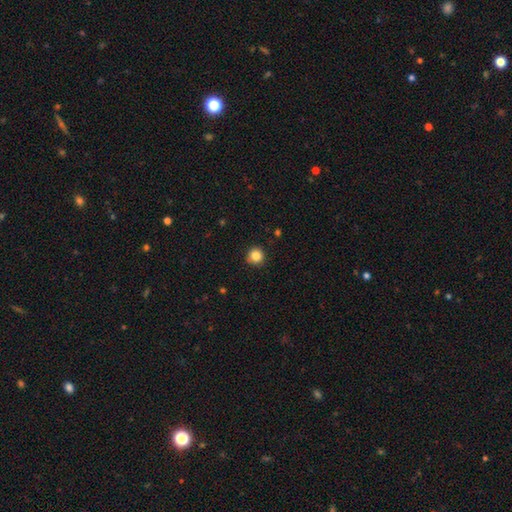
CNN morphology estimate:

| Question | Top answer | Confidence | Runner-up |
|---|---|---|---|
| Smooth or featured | smooth | 85% | star or artifact (11%) |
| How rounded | round | 95% | in between (4%) |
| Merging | none | 91% | minor disturbance (6%) |